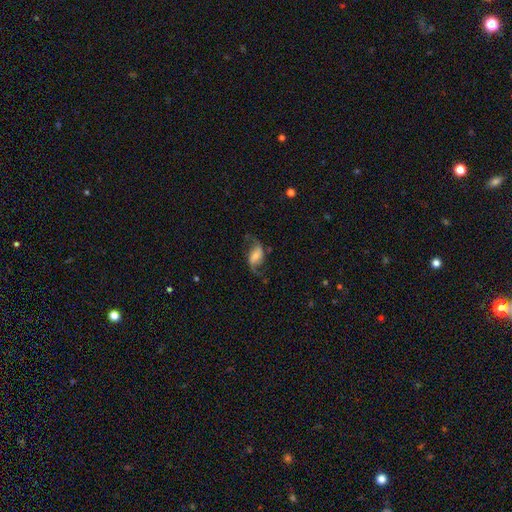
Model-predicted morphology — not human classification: smooth_or_featured: featured or disk (p=0.75) [alt: smooth p=0.17]
disk_edge_on: no (p=0.97) [alt: yes p=0.03]
bar: weak (p=0.43) [alt: no p=0.31]
has_spiral_arms: yes (p=0.94) [alt: no p=0.06]
spiral_winding: loose (p=0.75) [alt: medium p=0.20]
spiral_arm_count: 2 (p=0.92) [alt: 1 p=0.03]
bulge_size: small (p=0.40) [alt: moderate p=0.26]
merging: none (p=0.66) [alt: minor disturbance p=0.17]